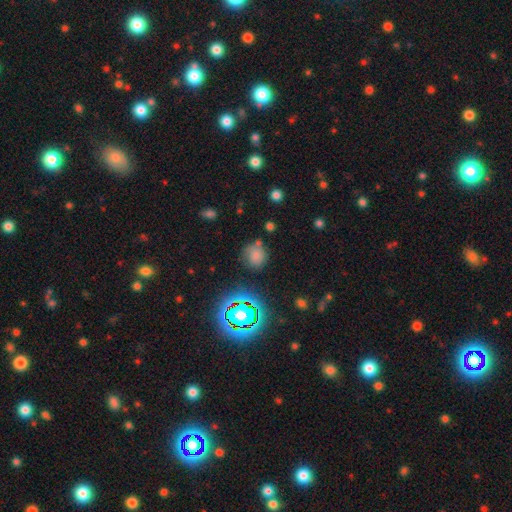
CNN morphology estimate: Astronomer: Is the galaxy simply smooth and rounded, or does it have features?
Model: smooth — 68%.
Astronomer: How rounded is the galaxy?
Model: round — 80%.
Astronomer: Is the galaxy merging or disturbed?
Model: none — 69%.